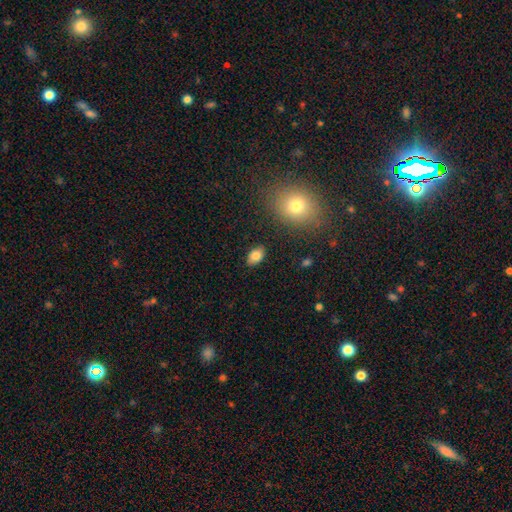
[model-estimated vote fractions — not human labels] Overall: smooth (83%). How rounded: in between (87%). Merging: none (87%).